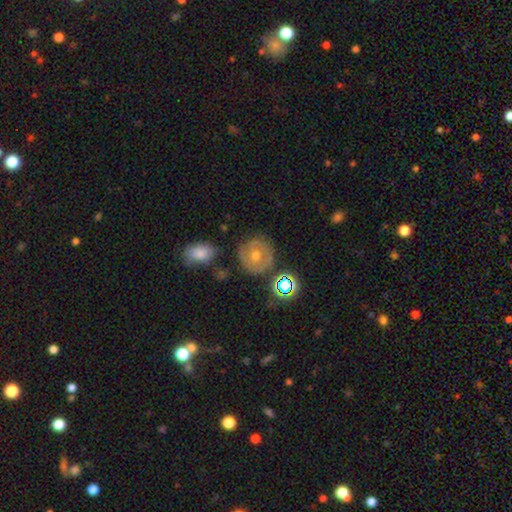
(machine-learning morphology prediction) smooth_or_featured: featured or disk (p=0.56) [alt: smooth p=0.29]
disk_edge_on: no (p=0.96) [alt: yes p=0.04]
bar: no (p=0.80) [alt: weak p=0.15]
has_spiral_arms: yes (p=0.59) [alt: no p=0.41]
bulge_size: moderate (p=0.69) [alt: small p=0.26]
merging: none (p=0.76) [alt: minor disturbance p=0.15]